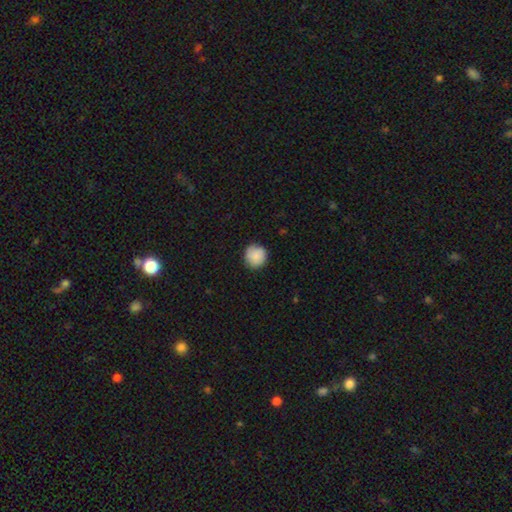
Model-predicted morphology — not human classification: type=smooth (86%); roundness=round (94%); merging=none (87%).